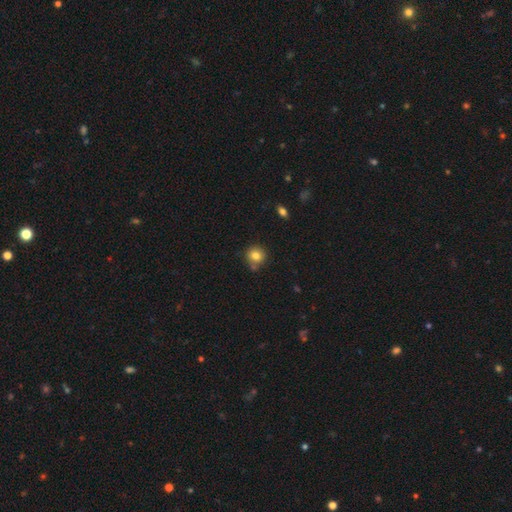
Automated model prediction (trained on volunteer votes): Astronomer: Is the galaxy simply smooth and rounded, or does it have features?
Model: smooth — 82%.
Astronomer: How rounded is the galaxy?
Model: round — 89%.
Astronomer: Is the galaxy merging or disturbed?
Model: none — 74%.